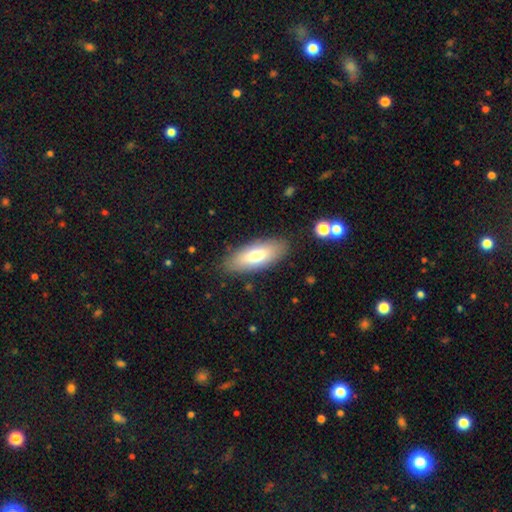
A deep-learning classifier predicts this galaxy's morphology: Smooth or featured? smooth (71%)
How rounded? in between (79%)
Merging? none (85%)